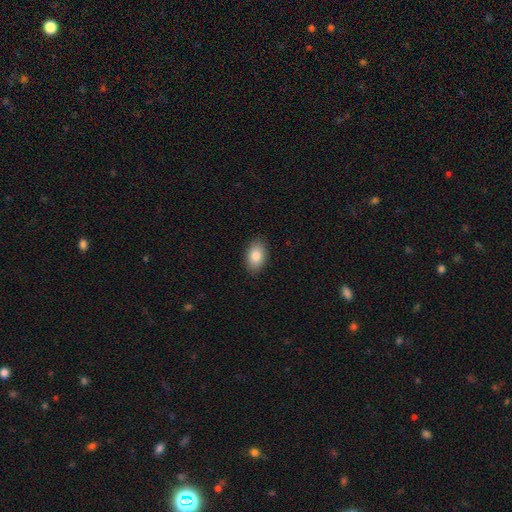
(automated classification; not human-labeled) smooth 84%, featured or disk 9%, star or artifact 7%. Down the decision tree: how rounded — in between (90%); merging — none (89%).